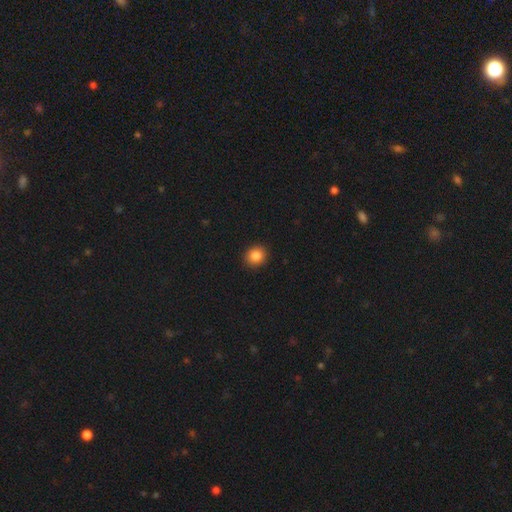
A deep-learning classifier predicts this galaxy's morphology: Smooth or featured? Predicted: smooth (p=0.84). How rounded? Predicted: round (p=0.85). Merging? Predicted: none (p=0.92).